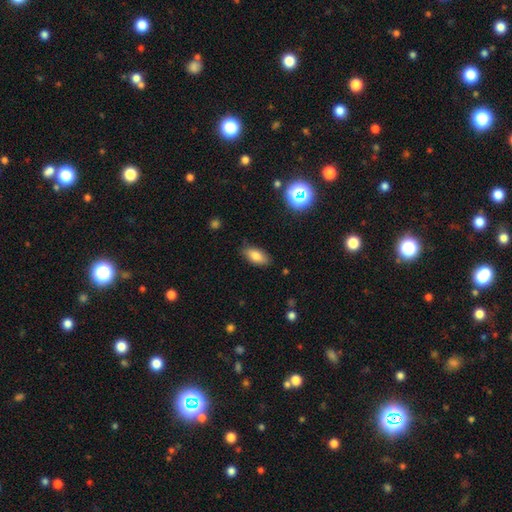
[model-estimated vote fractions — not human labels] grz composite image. It shows a smooth galaxy with no disk features (80%) that is in between round and cigar-shaped (87%). Merging: none (84%).